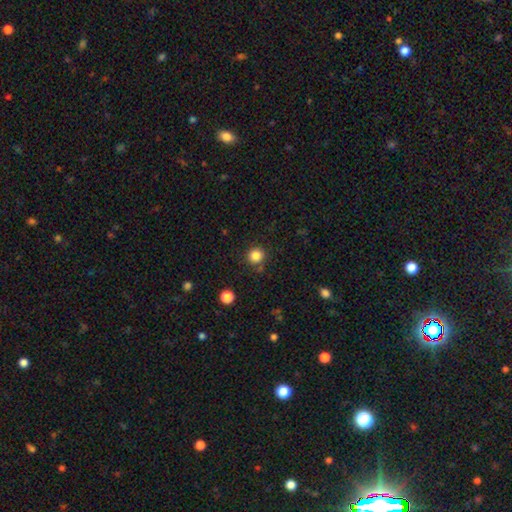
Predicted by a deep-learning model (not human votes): Morphology: type=smooth (84%); roundness=round (94%); merging=none (86%).